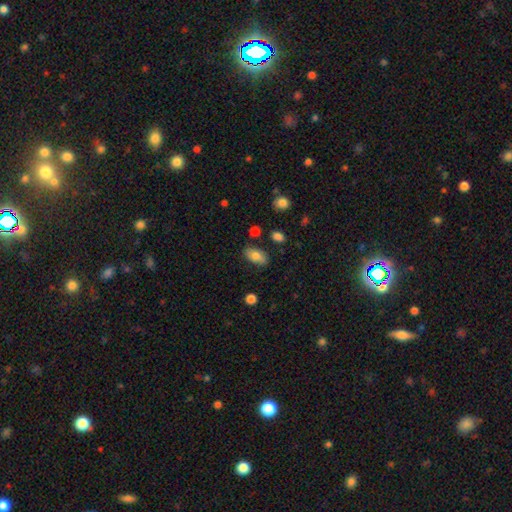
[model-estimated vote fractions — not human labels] Smooth or featured? Predicted: smooth (p=0.78). How rounded? Predicted: in between (p=0.92). Merging? Predicted: none (p=0.82).